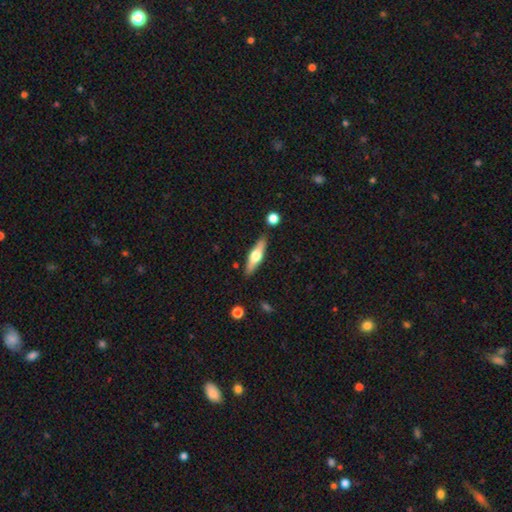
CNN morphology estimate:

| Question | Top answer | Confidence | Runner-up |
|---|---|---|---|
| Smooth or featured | featured or disk | 56% | smooth (38%) |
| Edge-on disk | yes | 94% | no (6%) |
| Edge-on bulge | rounded | 94% | boxy (4%) |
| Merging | none | 87% | minor disturbance (9%) |